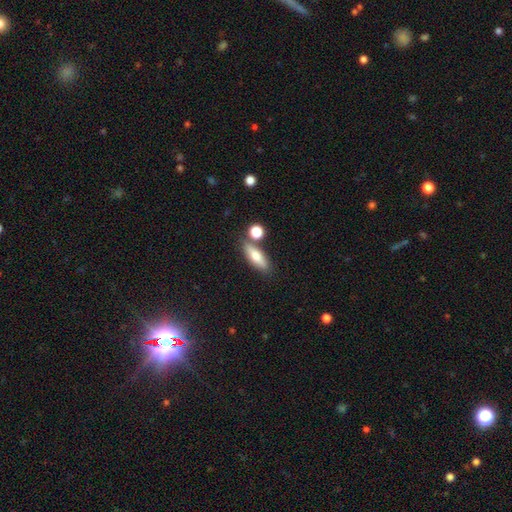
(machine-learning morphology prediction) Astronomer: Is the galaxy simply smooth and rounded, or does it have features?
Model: smooth — 68%.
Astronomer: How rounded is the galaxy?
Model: in between — 52% (runner-up: cigar-shaped, 43%).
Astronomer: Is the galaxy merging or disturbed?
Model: none — 72%.